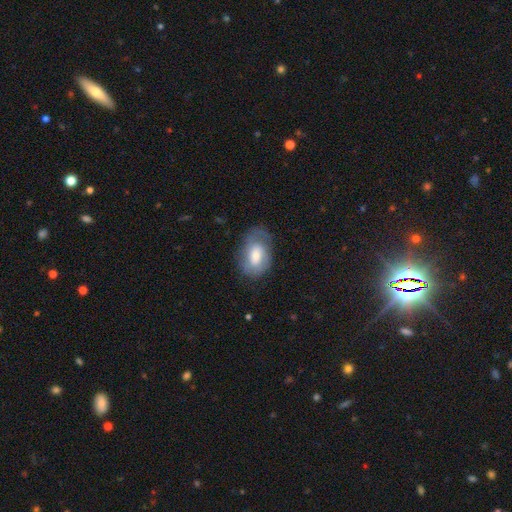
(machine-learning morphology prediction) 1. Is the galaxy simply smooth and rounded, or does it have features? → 48% smooth, 45% featured or disk, 7% star or artifact.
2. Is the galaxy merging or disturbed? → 58% none, 26% minor disturbance, 14% major disturbance, 1% merger.